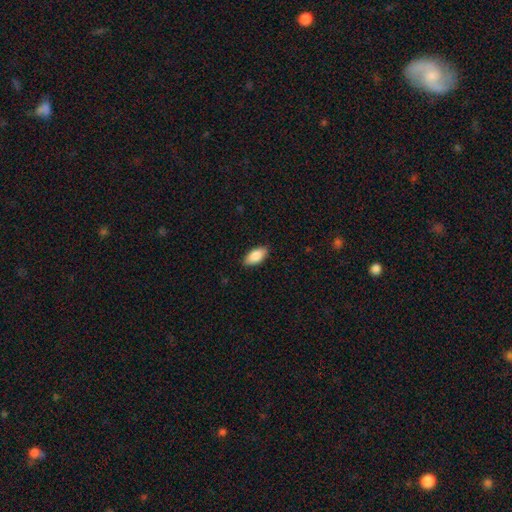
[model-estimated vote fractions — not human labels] Smooth or featured?
  - smooth: 86% *
  - featured or disk: 8%
  - star or artifact: 6%
How rounded?
  - in between: 92% *
  - cigar-shaped: 5%
  - round: 3%
Merging?
  - none: 88% *
  - minor disturbance: 9%
  - major disturbance: 2%
  - merger: 1%